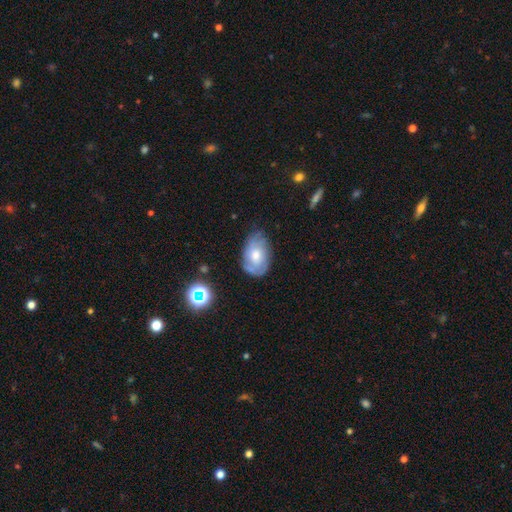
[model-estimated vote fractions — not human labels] This is possibly a featured or disk galaxy (55%). It is clearly not viewed edge-on (95%). Bar: likely no (78%). Spiral arm pattern: likely yes (74%). Central bulge: likely moderate (62%). Merging: likely none (65%).